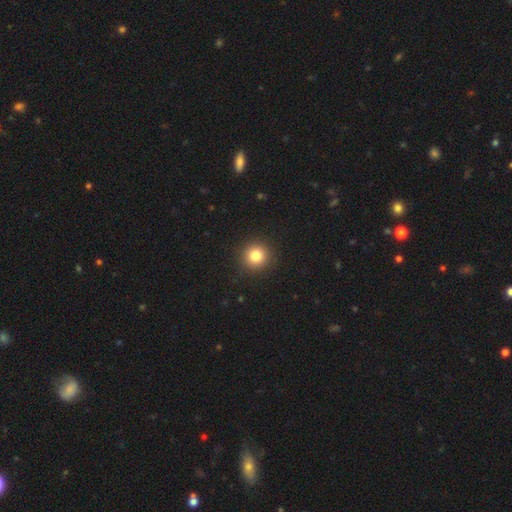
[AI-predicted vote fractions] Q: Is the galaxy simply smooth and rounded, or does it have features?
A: smooth — 82%.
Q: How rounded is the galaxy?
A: round — 94%.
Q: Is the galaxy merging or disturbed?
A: none — 92%.